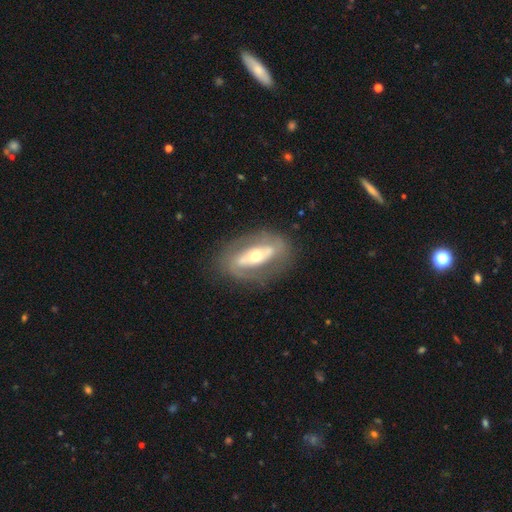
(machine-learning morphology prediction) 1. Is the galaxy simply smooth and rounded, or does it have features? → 72% featured or disk, 22% smooth, 6% star or artifact.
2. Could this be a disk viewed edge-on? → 86% no, 14% yes.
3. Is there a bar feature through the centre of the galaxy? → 42% strong, 39% no, 19% weak.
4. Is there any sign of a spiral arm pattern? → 54% no, 46% yes.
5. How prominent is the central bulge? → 62% moderate, 28% small, 8% large, 1% dominant, 1% none.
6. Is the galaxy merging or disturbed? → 76% none, 14% minor disturbance, 8% major disturbance, 2% merger.